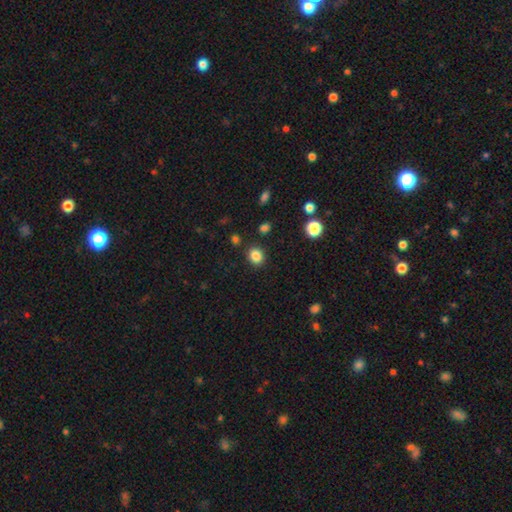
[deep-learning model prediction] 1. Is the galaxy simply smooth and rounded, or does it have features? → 84% smooth, 11% star or artifact, 4% featured or disk.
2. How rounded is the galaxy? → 62% round, 37% in between, 1% cigar-shaped.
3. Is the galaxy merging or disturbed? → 87% none, 8% minor disturbance, 3% major disturbance, 3% merger.